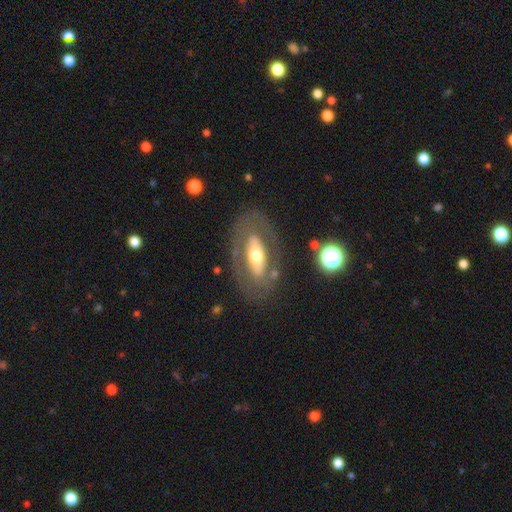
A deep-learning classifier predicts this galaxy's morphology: Q: Smooth or featured?
A: featured or disk (60%); runner-up: smooth (33%)
Q: Edge-on disk?
A: no (85%); runner-up: yes (15%)
Q: Bar?
A: no (60%); runner-up: strong (23%)
Q: Spiral arms?
A: no (76%); runner-up: yes (24%)
Q: Bulge size?
A: moderate (62%); runner-up: large (17%)
Q: Merging?
A: none (75%); runner-up: minor disturbance (13%)